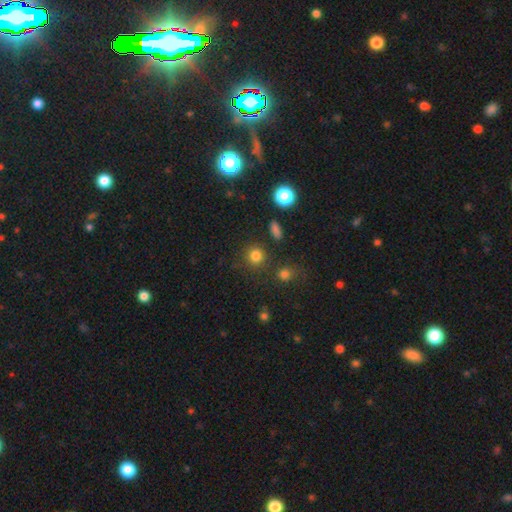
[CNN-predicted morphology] A smooth galaxy with no disk features (81%) that is round (91%).

Vote fractions:
- Smooth or featured? smooth: 81% / star or artifact: 14% / featured or disk: 5%
- How rounded? round: 91% / in between: 8% / cigar-shaped: 1%
- Merging? none: 84% / minor disturbance: 8% / merger: 5% / major disturbance: 3%